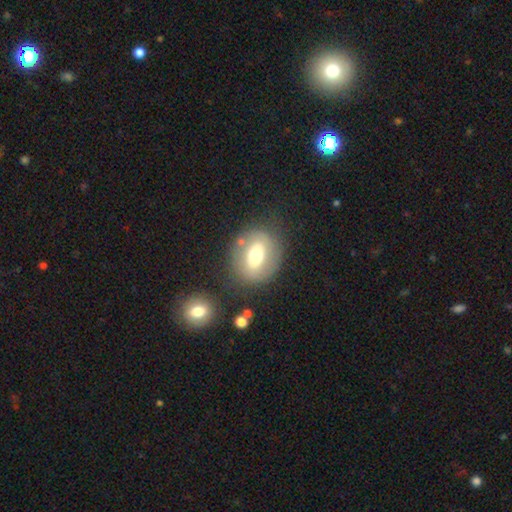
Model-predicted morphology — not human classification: smooth-or-featured: smooth: 53% | featured or disk: 39% | star or artifact: 9%
  how-rounded: round: 54% | in between: 45% | cigar-shaped: 1%
  merging: none: 73% | minor disturbance: 14% | major disturbance: 7% | merger: 6%